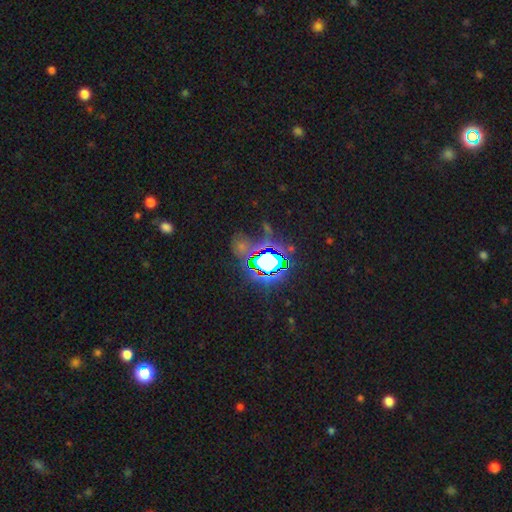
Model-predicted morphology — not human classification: Smooth or featured? star or artifact (82%)